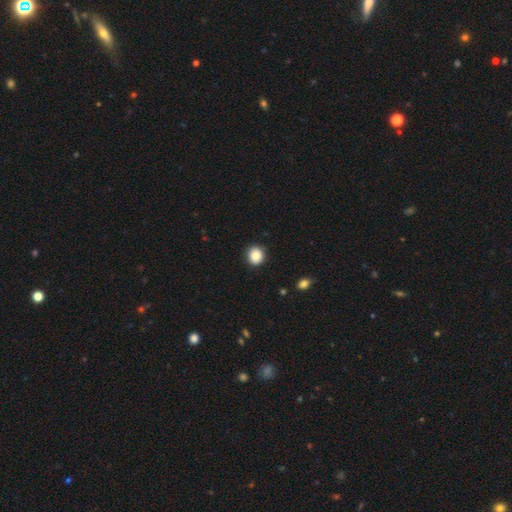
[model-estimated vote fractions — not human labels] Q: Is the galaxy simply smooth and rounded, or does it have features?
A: smooth — 87%.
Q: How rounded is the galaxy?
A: round — 79%.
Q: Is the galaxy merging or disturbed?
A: none — 89%.